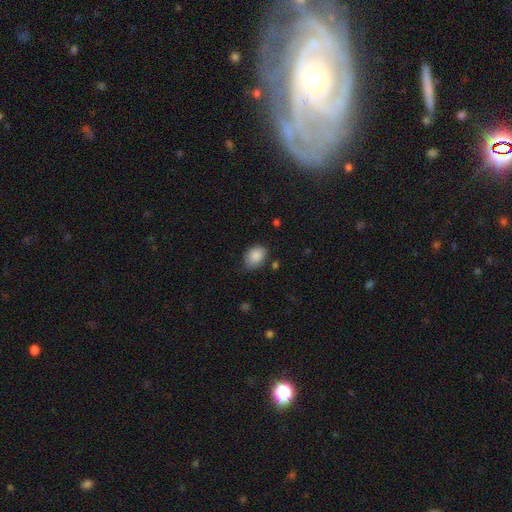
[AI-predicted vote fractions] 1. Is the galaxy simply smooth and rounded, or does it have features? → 88% smooth, 7% star or artifact, 5% featured or disk.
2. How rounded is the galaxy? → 80% in between, 19% round, 1% cigar-shaped.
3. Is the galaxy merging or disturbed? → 70% none, 23% minor disturbance, 4% major disturbance, 2% merger.